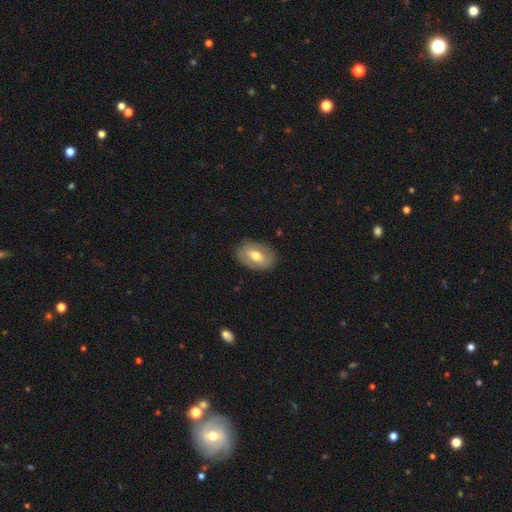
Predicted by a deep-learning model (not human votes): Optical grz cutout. It shows a smooth galaxy with no disk features (48%). Merging: none (84%).